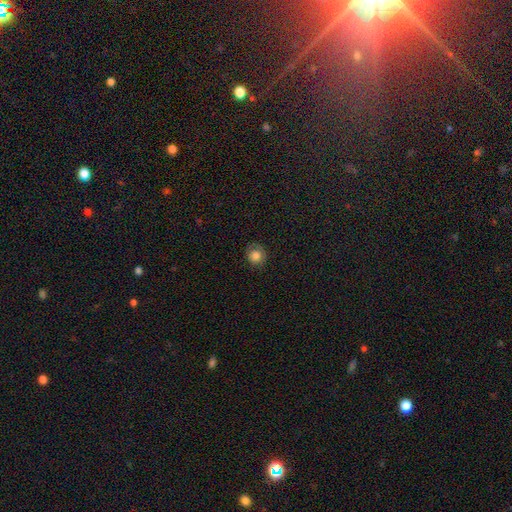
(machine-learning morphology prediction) smooth_or_featured: smooth (p=0.80) [alt: star or artifact p=0.11]
how_rounded: round (p=0.87) [alt: in between p=0.12]
merging: none (p=0.80) [alt: minor disturbance p=0.15]